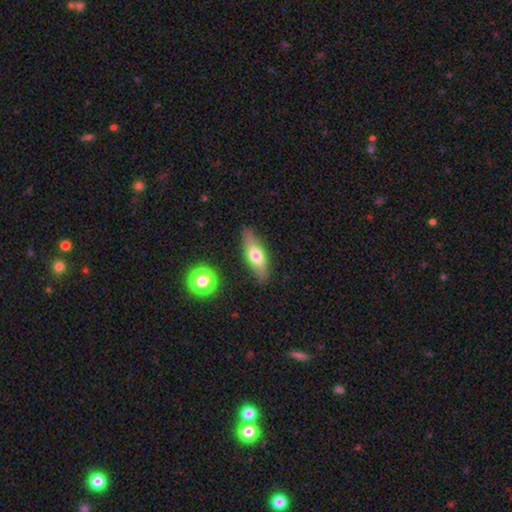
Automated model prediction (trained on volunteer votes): Smooth or featured? Predicted: smooth (p=0.56). How rounded? Predicted: in between (p=0.60). Merging? Predicted: none (p=0.81).